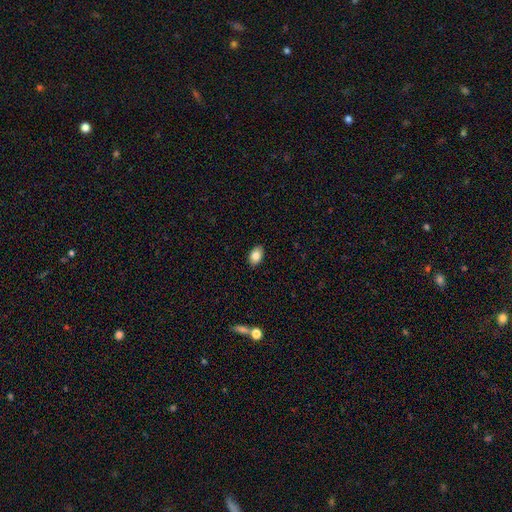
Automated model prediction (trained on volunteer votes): Q: Smooth or featured?
A: smooth (83%); runner-up: featured or disk (9%)
Q: How rounded?
A: in between (88%); runner-up: round (11%)
Q: Merging?
A: none (88%); runner-up: minor disturbance (9%)